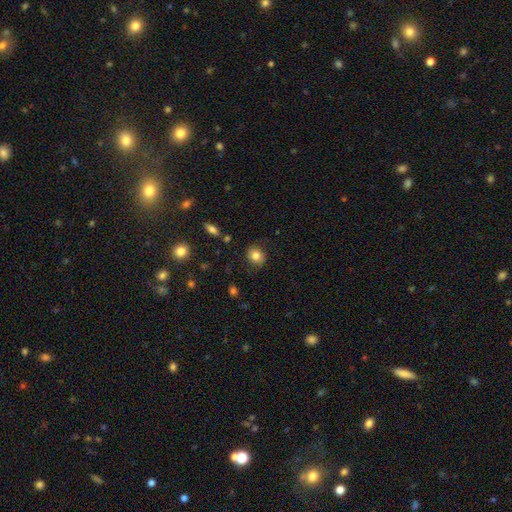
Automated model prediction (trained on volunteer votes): Morphology: type=smooth (80%); roundness=round (69%); merging=none (82%).